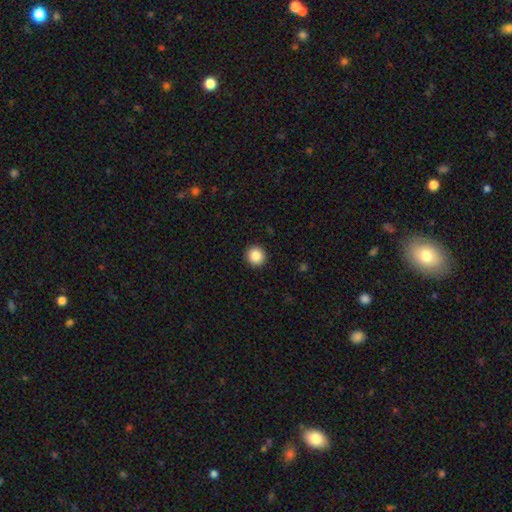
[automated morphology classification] Smooth or featured: smooth — 87% (star or artifact — 9%)
How rounded: round — 94% (in between — 5%)
Merging: none — 93% (minor disturbance — 4%)